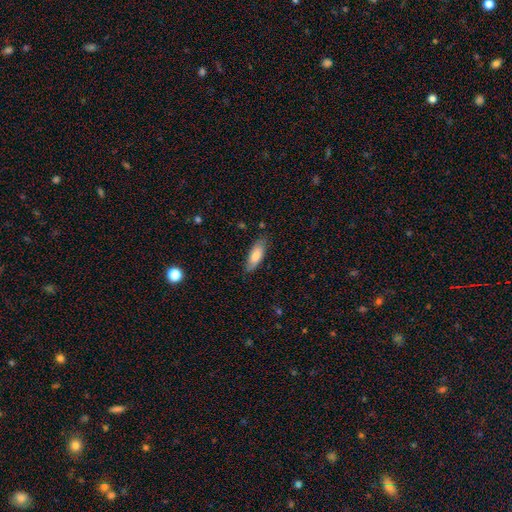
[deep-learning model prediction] Morphology: type=smooth (76%); roundness=in between (70%); merging=none (81%).